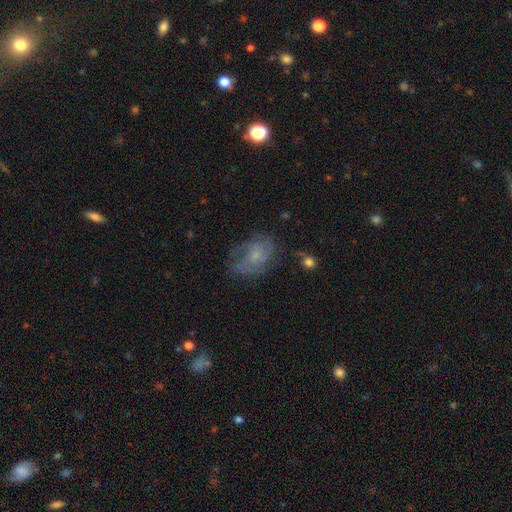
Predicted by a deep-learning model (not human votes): smooth_or_featured: featured or disk (p=0.53) [alt: smooth p=0.36]
disk_edge_on: no (p=0.97) [alt: yes p=0.03]
bar: no (p=0.76) [alt: weak p=0.21]
has_spiral_arms: yes (p=0.72) [alt: no p=0.28]
bulge_size: small (p=0.60) [alt: moderate p=0.20]
merging: none (p=0.53) [alt: minor disturbance p=0.25]